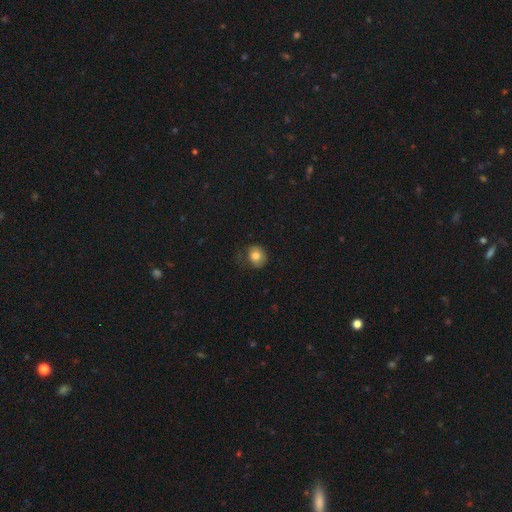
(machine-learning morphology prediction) Smooth or featured: smooth — 78% (featured or disk — 12%)
How rounded: round — 75% (in between — 24%)
Merging: none — 64% (minor disturbance — 24%)